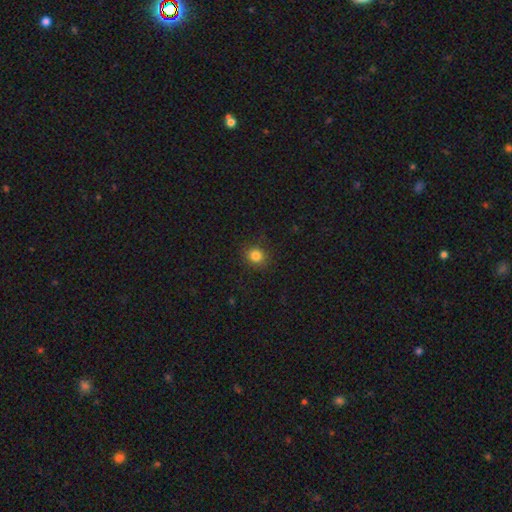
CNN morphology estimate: A smooth galaxy with no disk features (83%) that is round (81%). Merging: none (89%).